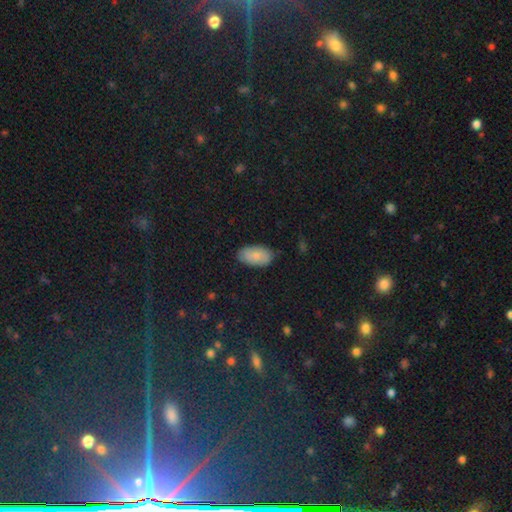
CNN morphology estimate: The model was most divided on "merging": none: 81%, minor disturbance: 15%, major disturbance: 3%, merger: 1%. More confident: how rounded — in between (95%); smooth or featured — smooth (82%).